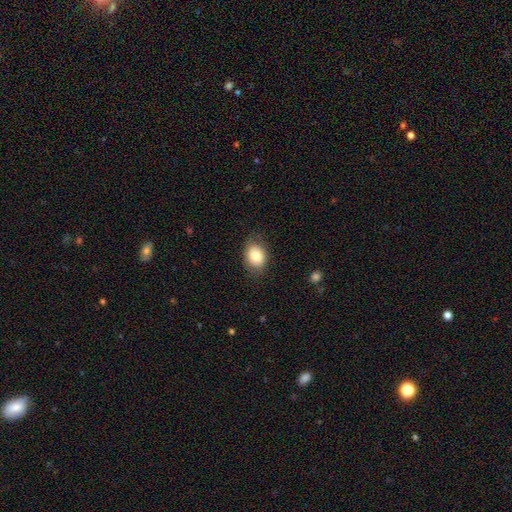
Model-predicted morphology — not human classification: Smooth or featured: smooth — 81% (featured or disk — 11%)
How rounded: in between — 68% (round — 31%)
Merging: none — 80% (minor disturbance — 15%)